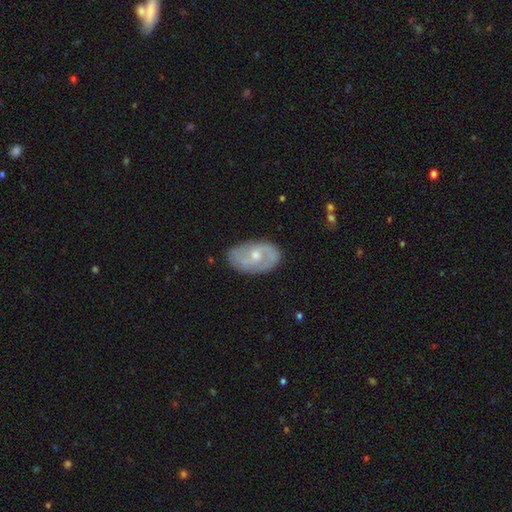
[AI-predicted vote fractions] Q: Smooth or featured?
A: featured or disk (67%); runner-up: smooth (27%)
Q: Edge-on disk?
A: no (94%); runner-up: yes (6%)
Q: Bar?
A: no (55%); runner-up: weak (37%)
Q: Spiral arms?
A: yes (74%); runner-up: no (26%)
Q: Bulge size?
A: moderate (51%); runner-up: small (44%)
Q: Merging?
A: none (77%); runner-up: minor disturbance (17%)